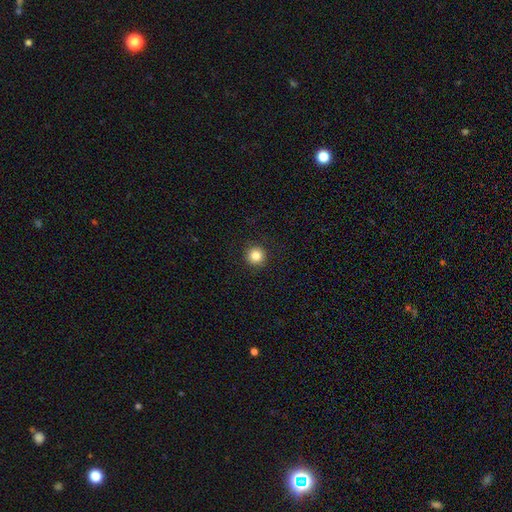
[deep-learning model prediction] A smooth galaxy with no disk features (84%) that is round (96%).

Vote fractions:
- Smooth or featured? smooth: 84% / star or artifact: 11% / featured or disk: 5%
- How rounded? round: 96% / in between: 3% / cigar-shaped: 1%
- Merging? none: 93% / minor disturbance: 4% / major disturbance: 2% / merger: 1%